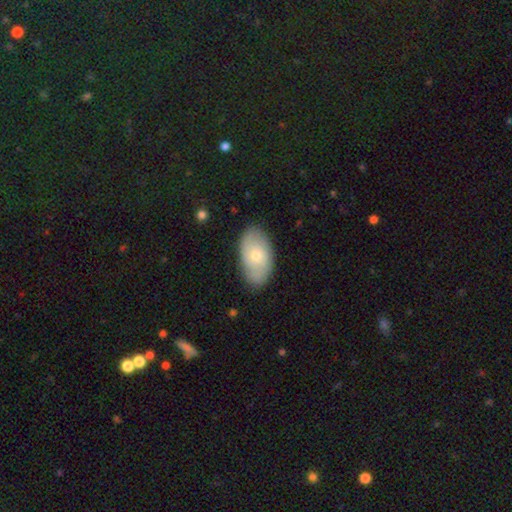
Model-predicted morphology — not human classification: Smooth or featured: smooth — 57% (featured or disk — 36%)
How rounded: in between — 93% (round — 5%)
Merging: none — 82% (minor disturbance — 14%)